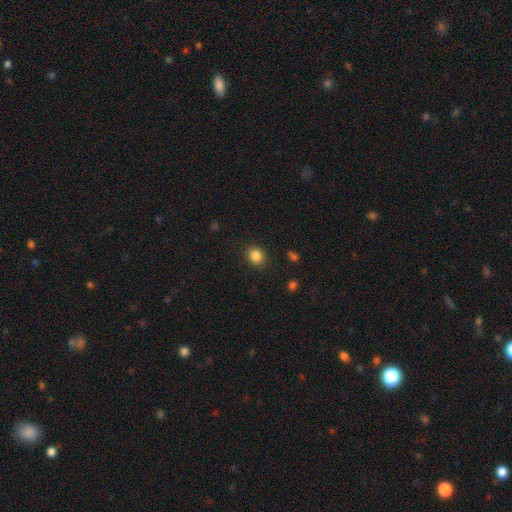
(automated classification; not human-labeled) A smooth galaxy with no disk features (85%) that is round (66%). Merging: none (88%).